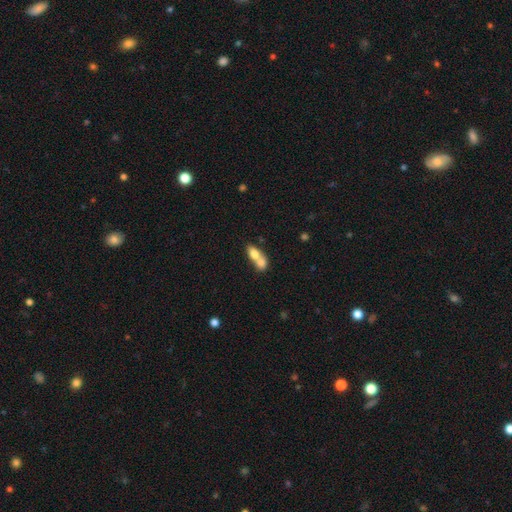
smooth 68%, featured or disk 27%, star or artifact 5%. Down the decision tree: how rounded — in between (72%); merging — merger (80%).